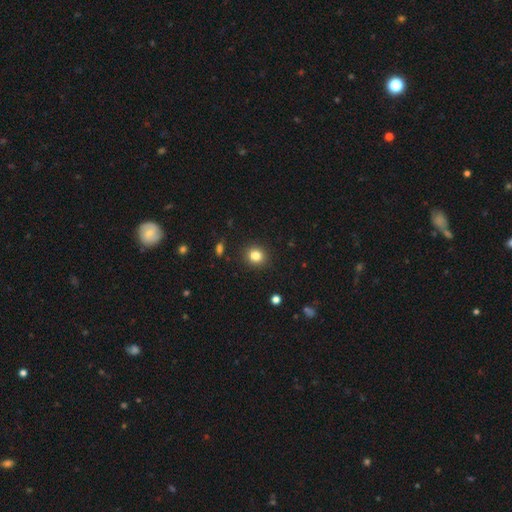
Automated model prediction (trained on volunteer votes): Overall: smooth (82%). How rounded: round (81%). Merging: none (90%).